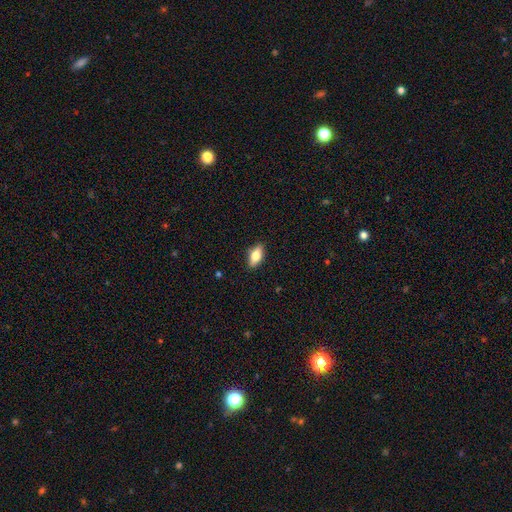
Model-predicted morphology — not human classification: smooth_or_featured: smooth (p=0.71) [alt: featured or disk p=0.22]
how_rounded: in between (p=0.85) [alt: cigar-shaped p=0.11]
merging: none (p=0.87) [alt: minor disturbance p=0.10]